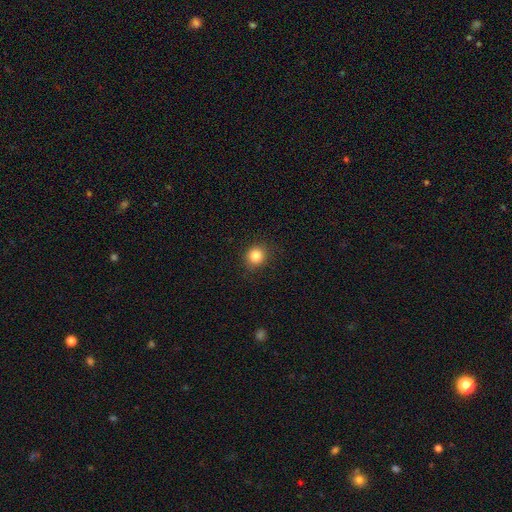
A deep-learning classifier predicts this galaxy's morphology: The model was most divided on "smooth or featured": smooth: 84%, star or artifact: 11%, featured or disk: 5%. More confident: merging — none (89%); how rounded — round (87%).